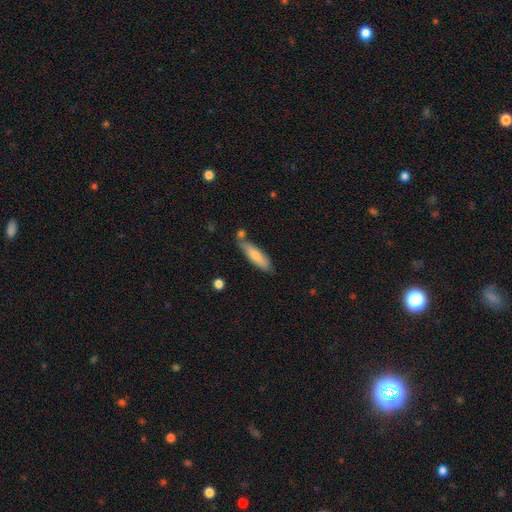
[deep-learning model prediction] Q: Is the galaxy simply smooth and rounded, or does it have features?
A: smooth — 76%.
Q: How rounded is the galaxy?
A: cigar-shaped — 65%.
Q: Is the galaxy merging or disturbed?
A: none — 66%.